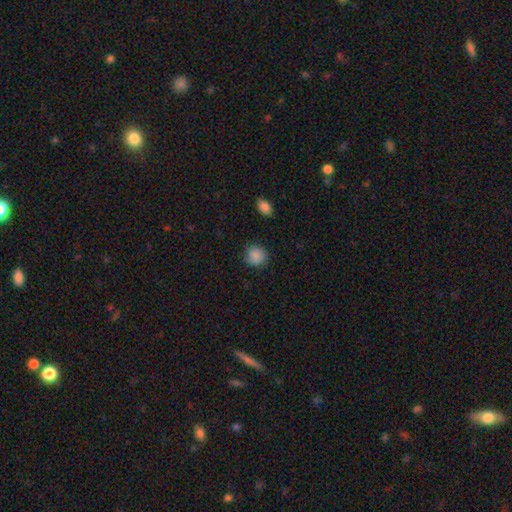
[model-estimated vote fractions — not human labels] smooth_or_featured: smooth (p=0.88) [alt: star or artifact p=0.09]
how_rounded: round (p=0.85) [alt: in between p=0.14]
merging: none (p=0.83) [alt: minor disturbance p=0.13]